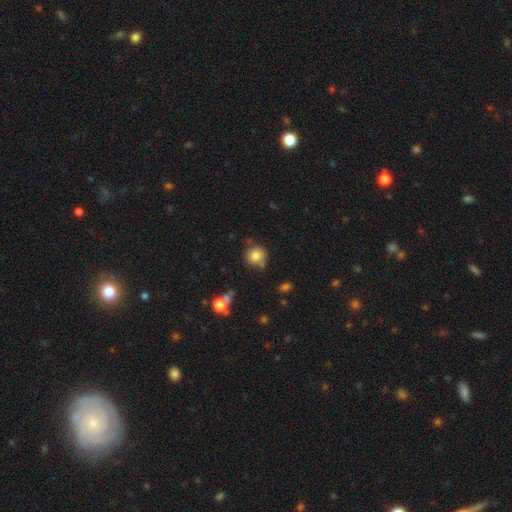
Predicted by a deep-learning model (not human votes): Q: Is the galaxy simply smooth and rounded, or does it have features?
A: smooth — 80%.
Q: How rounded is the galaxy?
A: round — 88%.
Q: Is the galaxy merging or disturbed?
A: none — 68%.